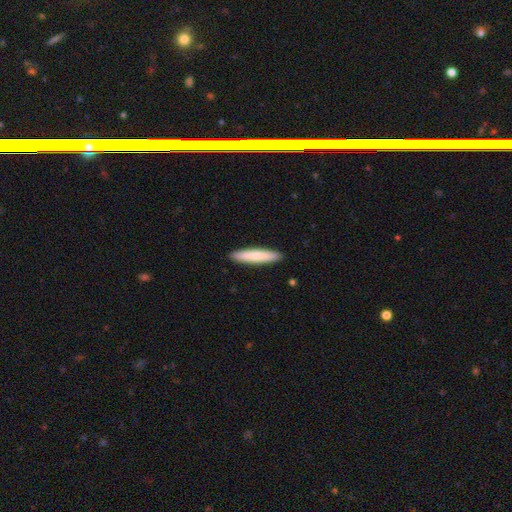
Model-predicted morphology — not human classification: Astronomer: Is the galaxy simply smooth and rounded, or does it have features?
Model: smooth — 79%.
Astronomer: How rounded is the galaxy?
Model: cigar-shaped — 90%.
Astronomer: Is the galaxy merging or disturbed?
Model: none — 91%.